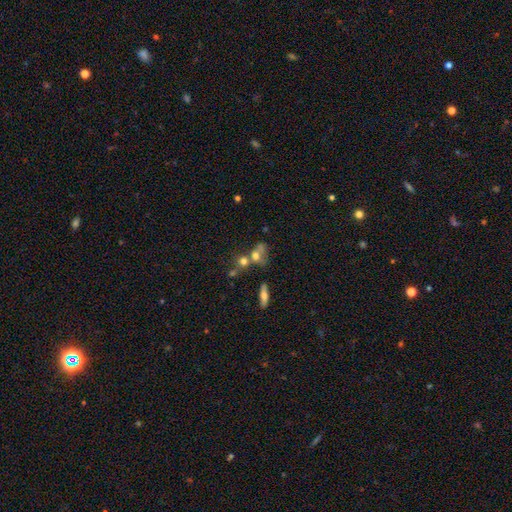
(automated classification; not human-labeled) Smooth or featured?
  - smooth: 62% *
  - featured or disk: 23%
  - star or artifact: 15%
How rounded?
  - round: 50% *
  - in between: 45%
  - cigar-shaped: 5%
Merging?
  - merger: 53% *
  - none: 26%
  - minor disturbance: 11%
  - major disturbance: 10%